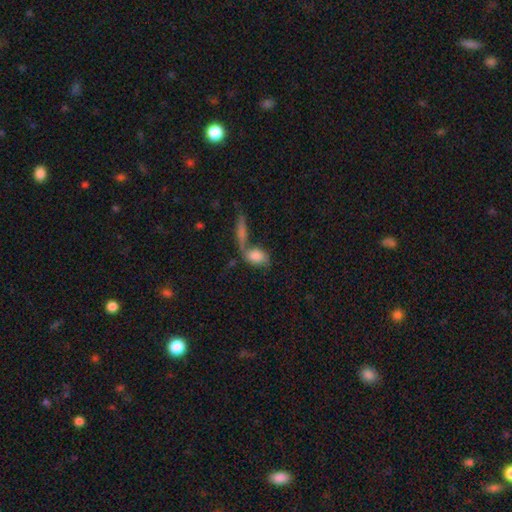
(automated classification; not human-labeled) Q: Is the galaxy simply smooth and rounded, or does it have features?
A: smooth — 78%.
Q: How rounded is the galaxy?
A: in between — 83%.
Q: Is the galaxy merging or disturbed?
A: merger — 45%.